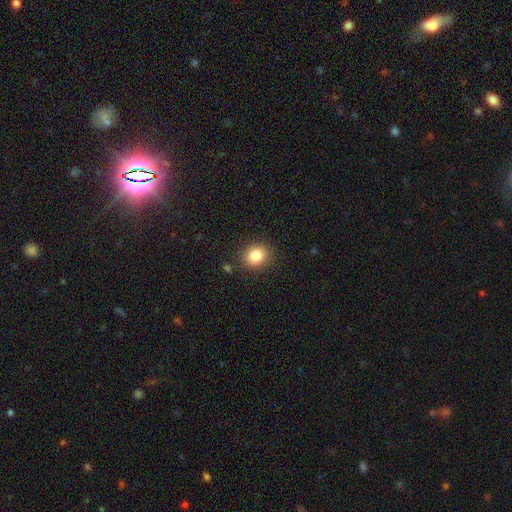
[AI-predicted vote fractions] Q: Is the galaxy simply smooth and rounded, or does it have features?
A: smooth — 83%.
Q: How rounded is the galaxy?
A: round — 70%.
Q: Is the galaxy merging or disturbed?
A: none — 88%.